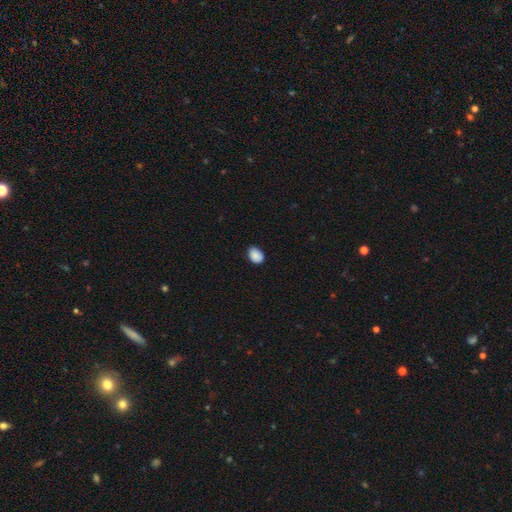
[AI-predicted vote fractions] Morphology: type=smooth (88%); roundness=in between (73%); merging=none (77%).